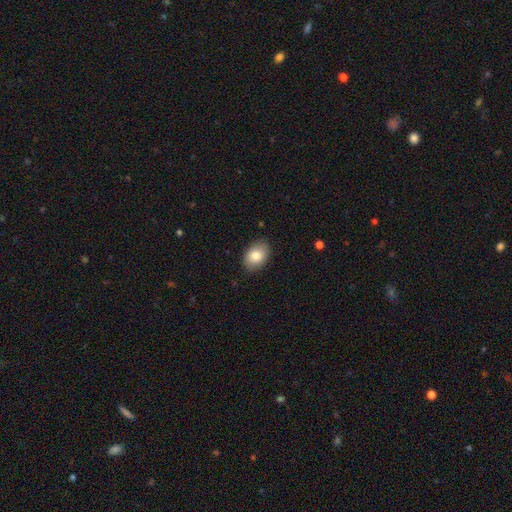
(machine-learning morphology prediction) Smooth or featured?
  - smooth: 82% *
  - featured or disk: 11%
  - star or artifact: 7%
How rounded?
  - in between: 85% *
  - round: 14%
  - cigar-shaped: 1%
Merging?
  - none: 87% *
  - minor disturbance: 10%
  - major disturbance: 2%
  - merger: 1%